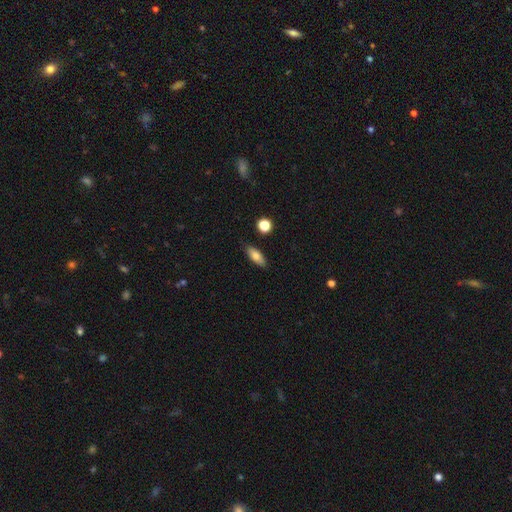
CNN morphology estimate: Smooth or featured? smooth (76%)
How rounded? in between (74%)
Merging? none (86%)